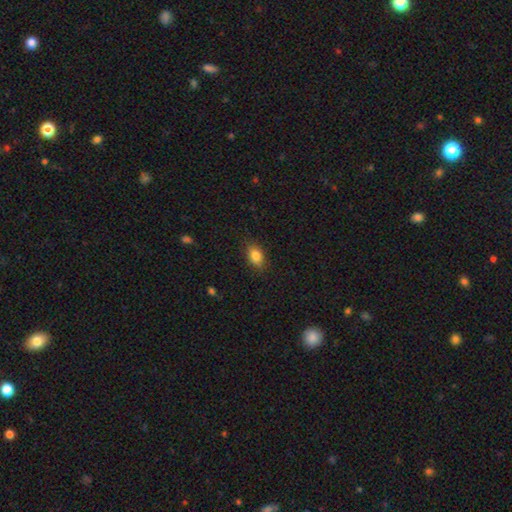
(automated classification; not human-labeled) Smooth or featured? smooth (83%)
How rounded? in between (77%)
Merging? none (85%)